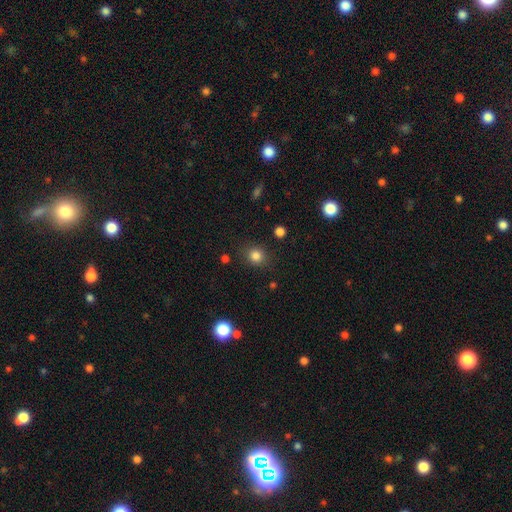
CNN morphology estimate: smooth_or_featured: smooth (p=0.82) [alt: star or artifact p=0.12]
how_rounded: round (p=0.80) [alt: in between p=0.19]
merging: none (p=0.86) [alt: minor disturbance p=0.09]